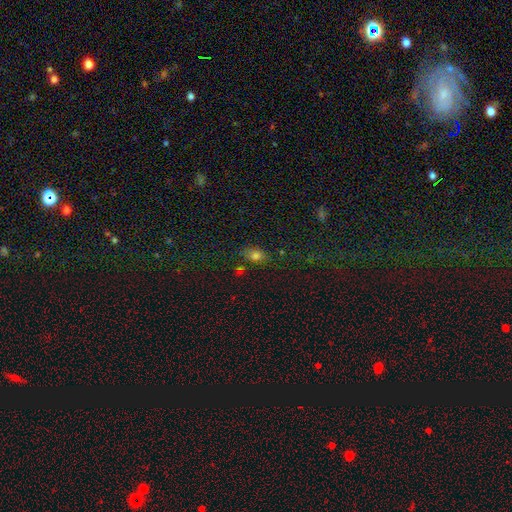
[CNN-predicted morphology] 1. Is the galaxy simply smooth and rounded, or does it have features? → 75% smooth, 17% star or artifact, 9% featured or disk.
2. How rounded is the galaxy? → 75% in between, 22% round, 3% cigar-shaped.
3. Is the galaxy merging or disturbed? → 68% none, 19% minor disturbance, 7% merger, 5% major disturbance.